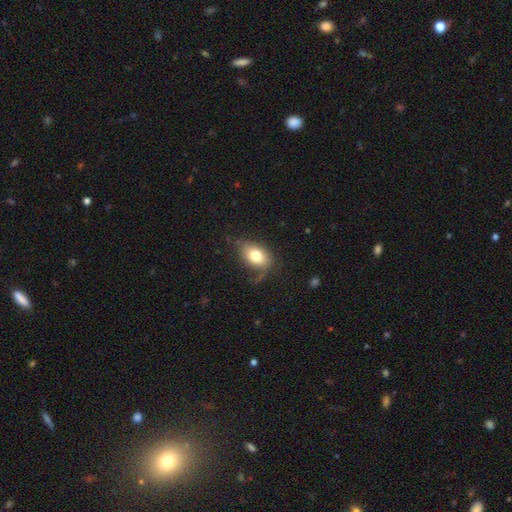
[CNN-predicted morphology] The model was most divided on "merging": none: 63%, minor disturbance: 23%, major disturbance: 11%, merger: 3%. More confident: how rounded — in between (84%); smooth or featured — smooth (75%).